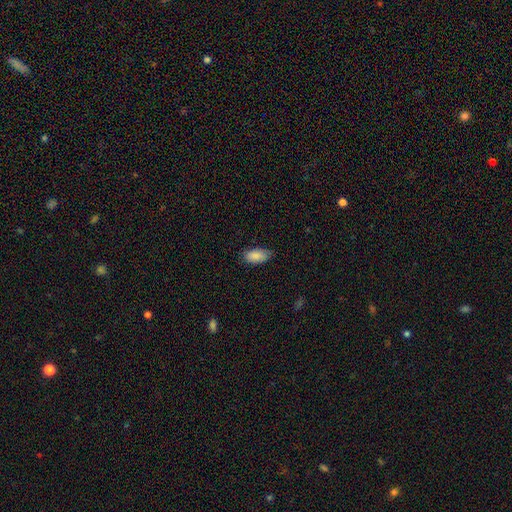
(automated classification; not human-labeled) smooth 87%, featured or disk 7%, star or artifact 6%. Down the decision tree: how rounded — in between (93%); merging — none (76%).